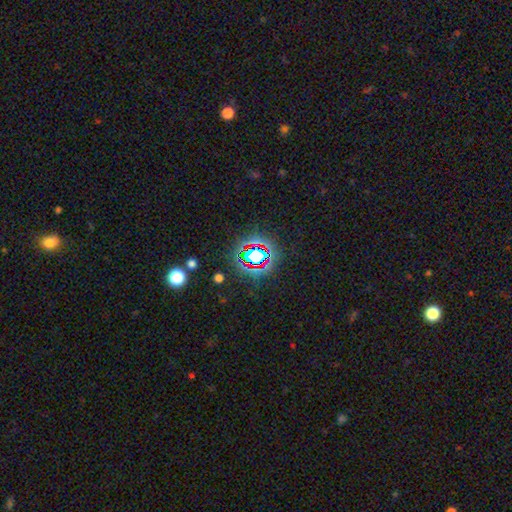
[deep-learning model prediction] Smooth or featured? star or artifact (66%)